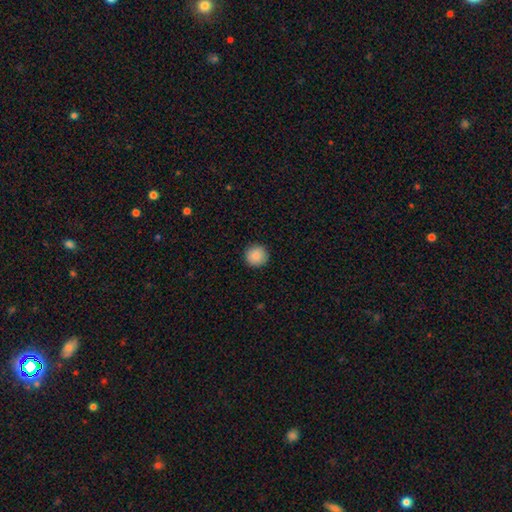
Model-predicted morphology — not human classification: This is clearly a smooth galaxy (89%). How rounded: clearly round (95%). Merging: clearly none (92%).